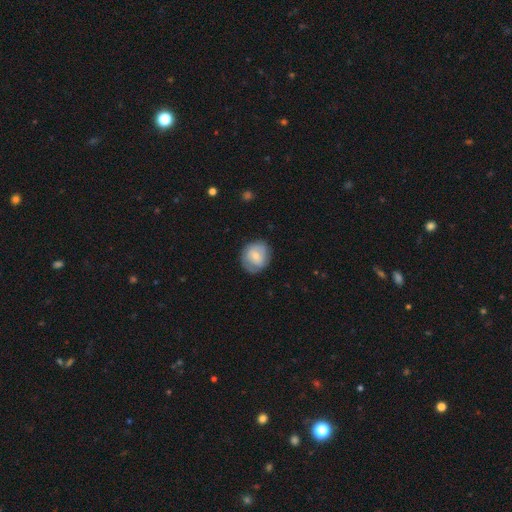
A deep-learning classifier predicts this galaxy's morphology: Smooth or featured? Predicted: smooth (p=0.58). How rounded? Predicted: round (p=0.72). Merging? Predicted: none (p=0.74).